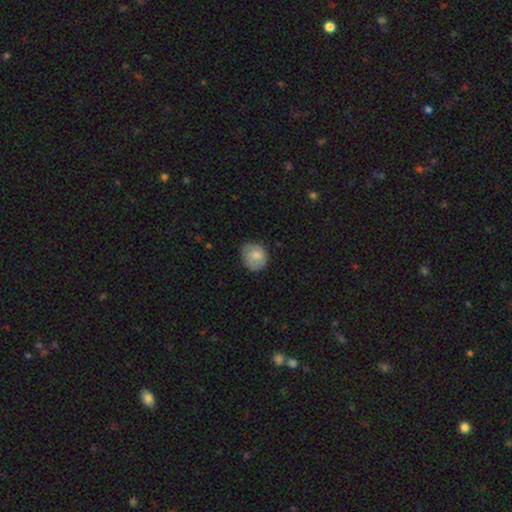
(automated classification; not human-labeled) Morphology: type=smooth (77%); roundness=round (73%); merging=none (73%).